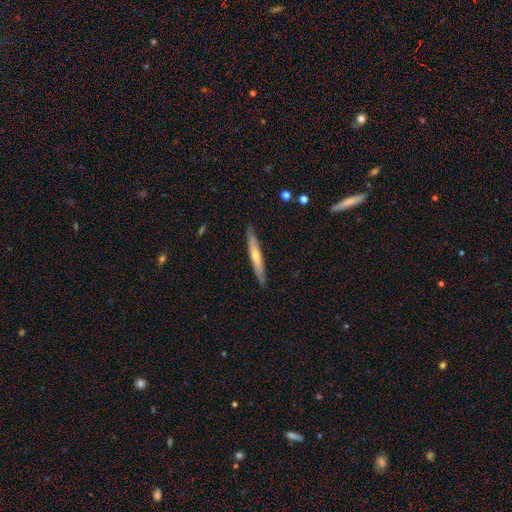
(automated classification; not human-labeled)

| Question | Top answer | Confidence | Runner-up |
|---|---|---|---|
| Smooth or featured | featured or disk | 52% | smooth (43%) |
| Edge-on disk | yes | 89% | no (11%) |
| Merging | none | 89% | minor disturbance (9%) |